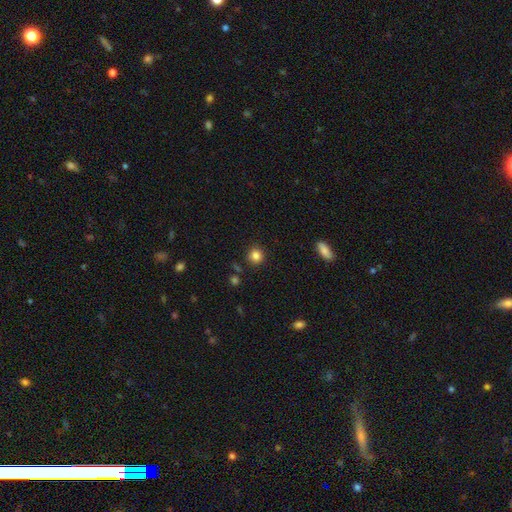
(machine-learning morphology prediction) The model was most divided on "smooth or featured": smooth: 84%, star or artifact: 11%, featured or disk: 5%. More confident: how rounded — round (88%); merging — none (88%).